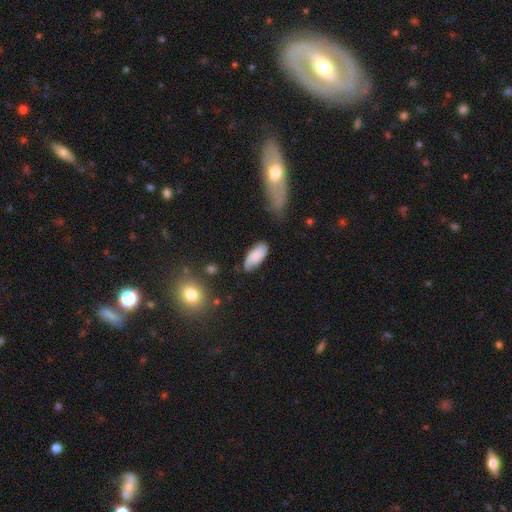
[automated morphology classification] Overall: smooth (69%). How rounded: in between (88%). Merging: none (60%; minor disturbance 28%).